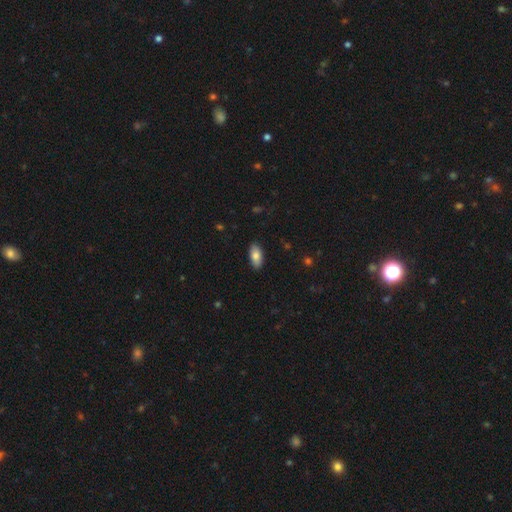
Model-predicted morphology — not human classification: Overall: smooth (83%). How rounded: in between (91%). Merging: none (89%).